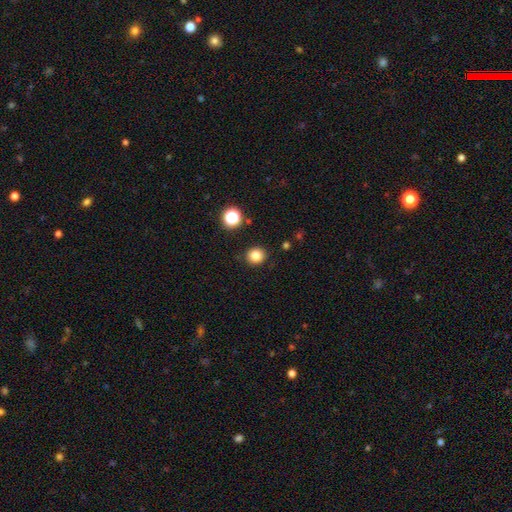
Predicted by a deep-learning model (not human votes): This is clearly a smooth galaxy (83%). How rounded: clearly round (87%). Merging: clearly none (89%).